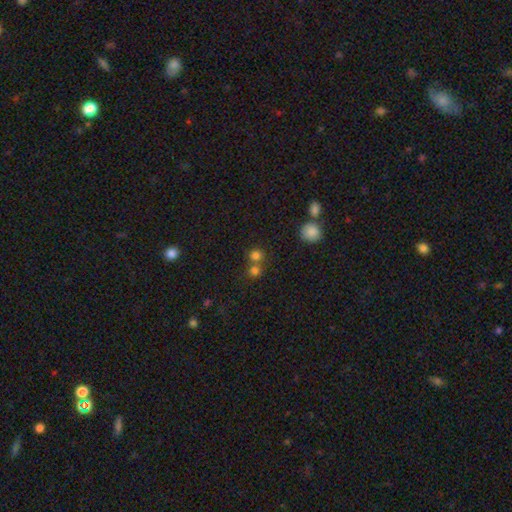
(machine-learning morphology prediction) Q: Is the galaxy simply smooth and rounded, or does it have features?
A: smooth — 75%.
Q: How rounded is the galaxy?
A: round — 88%.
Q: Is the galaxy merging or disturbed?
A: none — 55%.